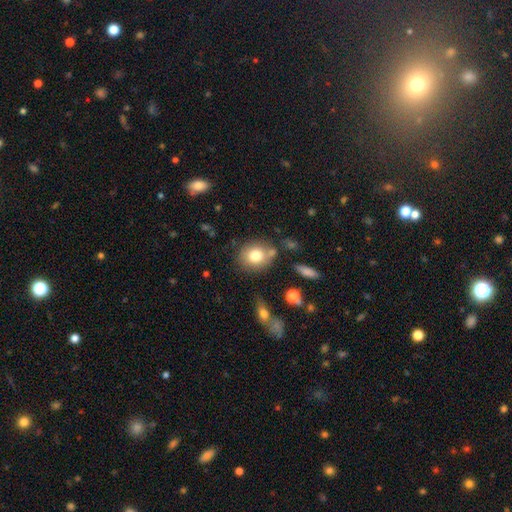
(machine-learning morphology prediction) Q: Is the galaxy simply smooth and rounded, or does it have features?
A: smooth — 78%.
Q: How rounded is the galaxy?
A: round — 62%.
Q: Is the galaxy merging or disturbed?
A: none — 70%.